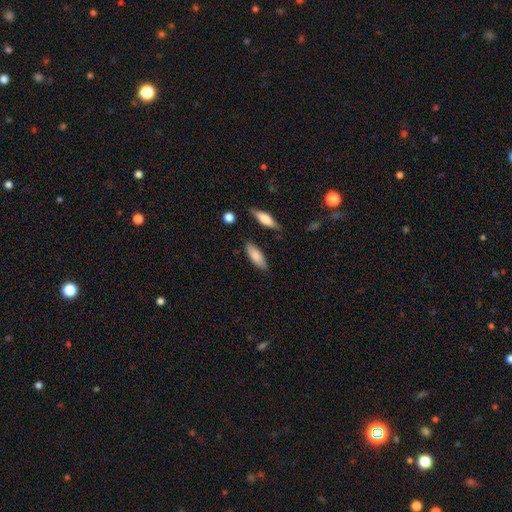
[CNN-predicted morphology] Overall: smooth (80%). How rounded: in between (70%). Merging: none (81%).